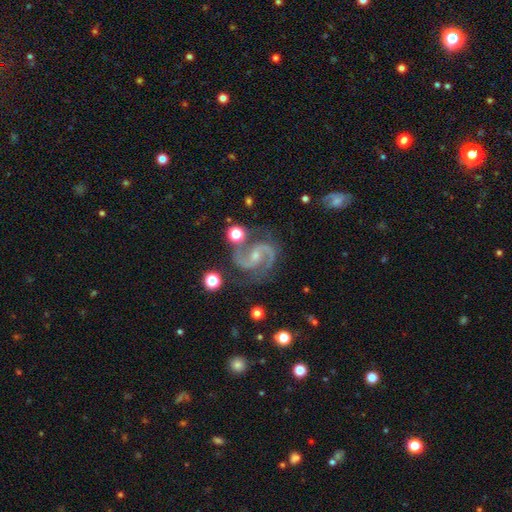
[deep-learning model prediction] Q: Smooth or featured?
A: featured or disk (92%); runner-up: star or artifact (5%)
Q: Edge-on disk?
A: no (98%); runner-up: yes (2%)
Q: Bar?
A: weak (41%); runner-up: no (40%)
Q: Spiral arms?
A: yes (99%); runner-up: no (1%)
Q: Spiral winding?
A: medium (66%); runner-up: tight (19%)
Q: Spiral arm count?
A: 2 (94%); runner-up: 3 (2%)
Q: Bulge size?
A: small (66%); runner-up: moderate (29%)
Q: Merging?
A: none (74%); runner-up: minor disturbance (15%)